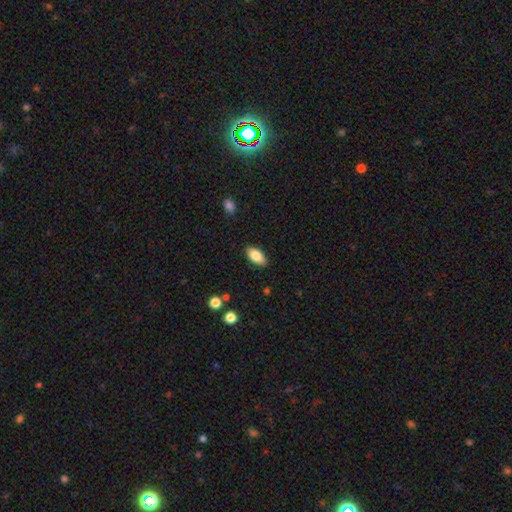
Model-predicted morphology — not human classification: The model was most divided on "merging": none: 85%, minor disturbance: 11%, major disturbance: 2%, merger: 1%. More confident: how rounded — in between (92%); smooth or featured — smooth (84%).